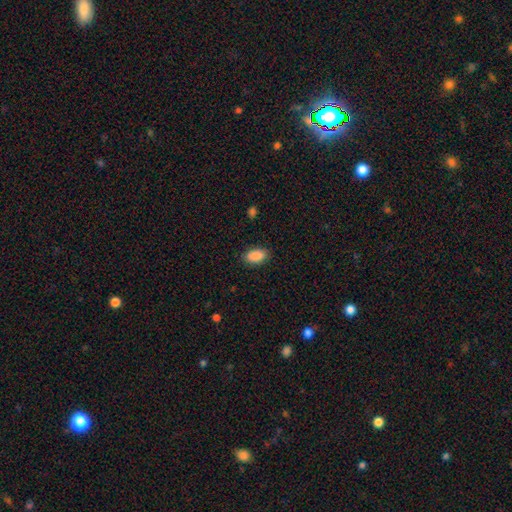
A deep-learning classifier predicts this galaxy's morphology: smooth_or_featured: smooth (p=0.90) [alt: star or artifact p=0.07]
how_rounded: in between (p=0.92) [alt: round p=0.05]
merging: none (p=0.87) [alt: minor disturbance p=0.10]